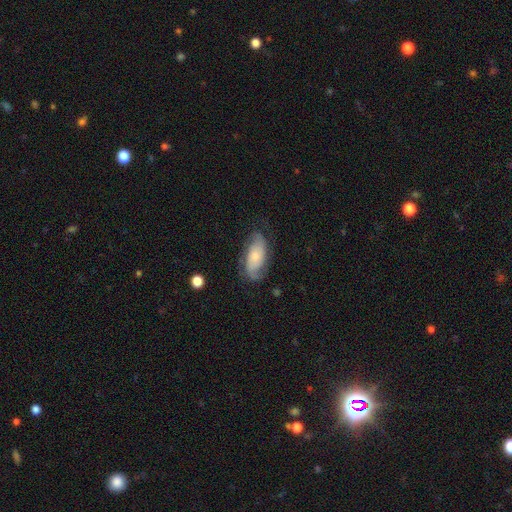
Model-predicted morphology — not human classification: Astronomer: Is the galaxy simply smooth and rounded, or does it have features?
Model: featured or disk — 63%.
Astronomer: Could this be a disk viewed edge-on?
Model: no — 93%.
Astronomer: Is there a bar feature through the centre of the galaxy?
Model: no — 71%.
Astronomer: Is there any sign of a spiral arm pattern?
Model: yes — 90%.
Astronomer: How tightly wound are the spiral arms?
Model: medium — 40% (runner-up: tight, 33%).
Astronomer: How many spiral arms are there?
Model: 2 — 75%.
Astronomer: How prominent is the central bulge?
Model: small — 51% (runner-up: moderate, 31%).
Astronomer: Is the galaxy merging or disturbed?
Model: none — 67%.